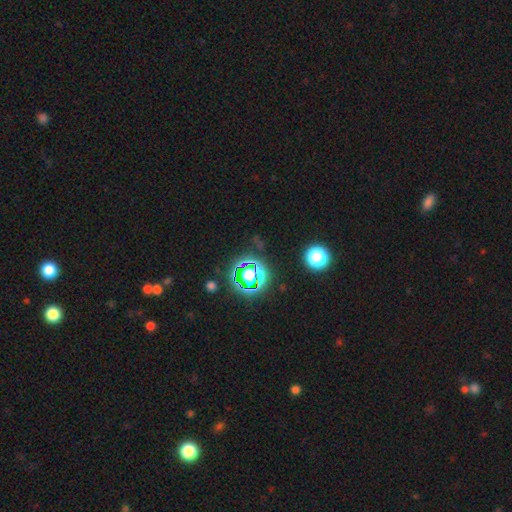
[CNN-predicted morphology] Q: Smooth or featured?
A: star or artifact (79%); runner-up: smooth (14%)